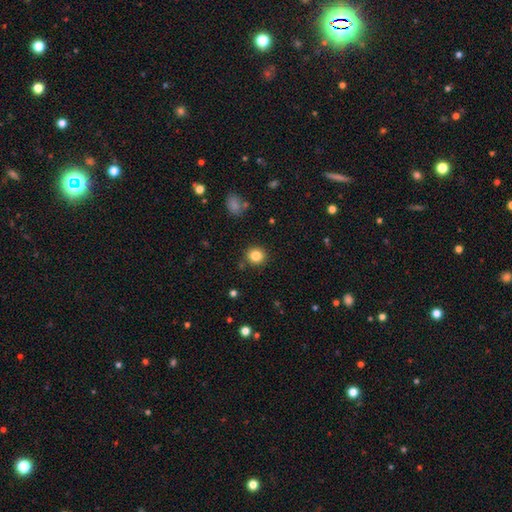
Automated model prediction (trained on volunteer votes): The model was most divided on "smooth or featured": smooth: 84%, star or artifact: 11%, featured or disk: 5%. More confident: merging — none (88%); how rounded — round (88%).